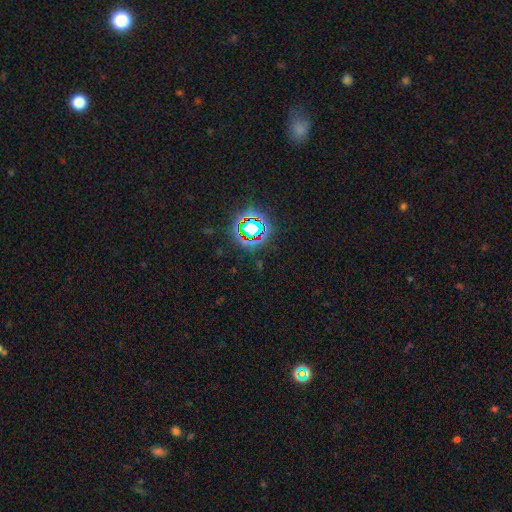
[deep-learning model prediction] Morphology: type=star or artifact (78%).